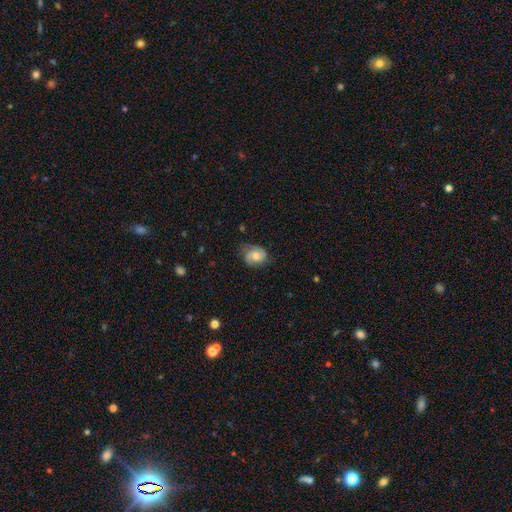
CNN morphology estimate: Q: Smooth or featured?
A: smooth (49%); runner-up: featured or disk (43%)
Q: Merging?
A: none (60%); runner-up: minor disturbance (29%)